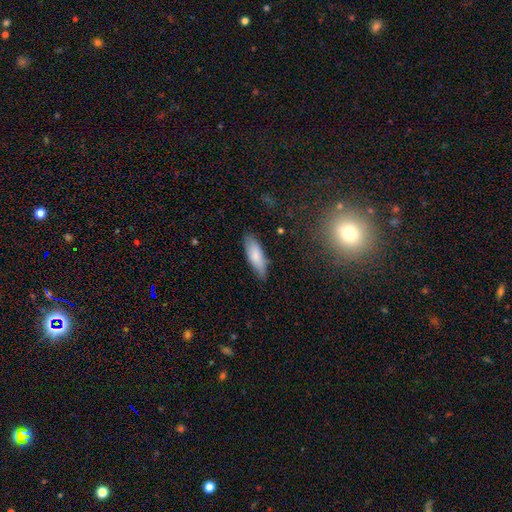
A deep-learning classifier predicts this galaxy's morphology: Smooth or featured?
  - smooth: 81% *
  - featured or disk: 13%
  - star or artifact: 6%
How rounded?
  - in between: 59% *
  - cigar-shaped: 40%
  - round: 2%
Merging?
  - none: 78% *
  - minor disturbance: 17%
  - major disturbance: 3%
  - merger: 2%